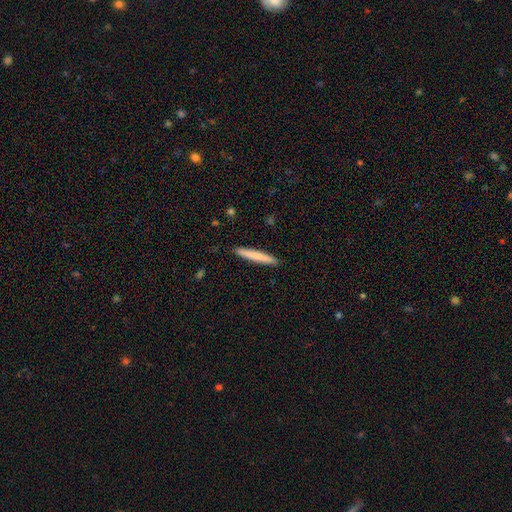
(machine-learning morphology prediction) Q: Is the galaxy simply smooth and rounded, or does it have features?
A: smooth — 76%.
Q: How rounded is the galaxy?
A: cigar-shaped — 96%.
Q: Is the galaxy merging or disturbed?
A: none — 92%.